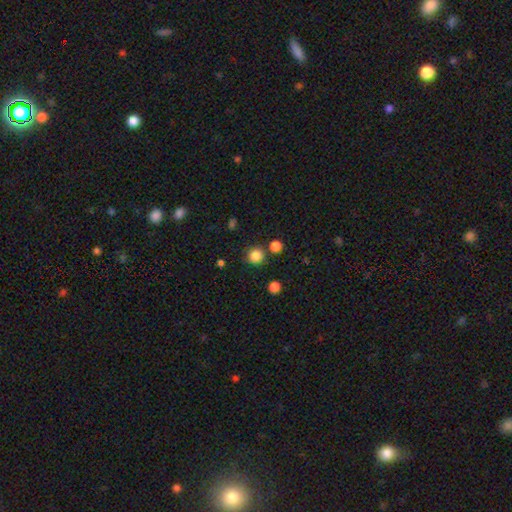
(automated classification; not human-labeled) A smooth galaxy with no disk features (84%) that is round (93%). Merging: none (82%).